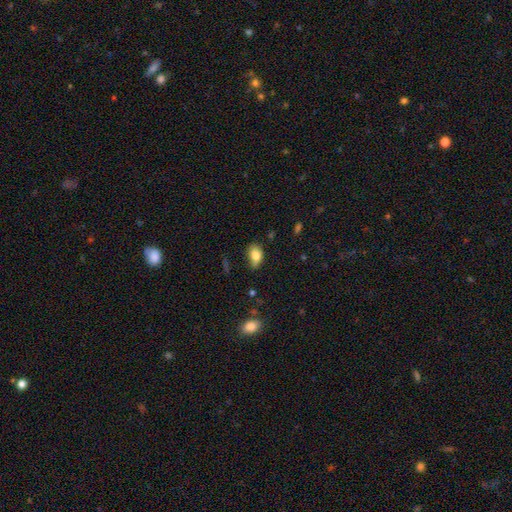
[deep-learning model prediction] Smooth or featured? Predicted: smooth (p=0.81). How rounded? Predicted: in between (p=0.84). Merging? Predicted: none (p=0.53).